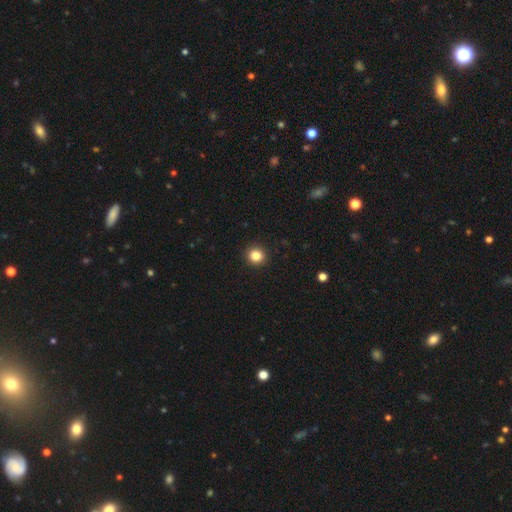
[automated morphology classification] smooth 84%, star or artifact 12%, featured or disk 4%. Down the decision tree: how rounded — round (92%); merging — none (93%).